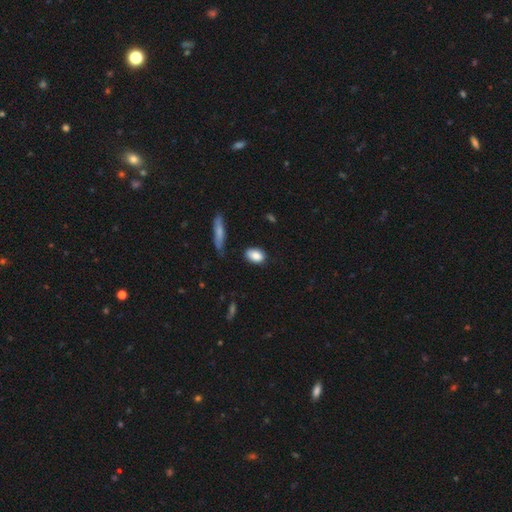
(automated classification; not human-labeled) A smooth galaxy with no disk features (85%) that is in between round and cigar-shaped (83%). Merging: none (79%).